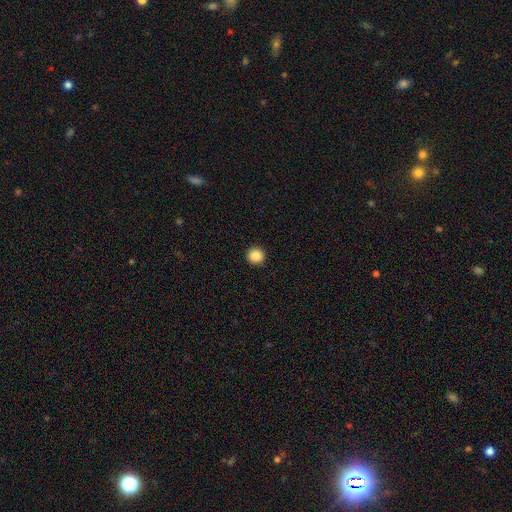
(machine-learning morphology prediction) A smooth galaxy with no disk features (87%) that is round (95%). Merging: none (92%).